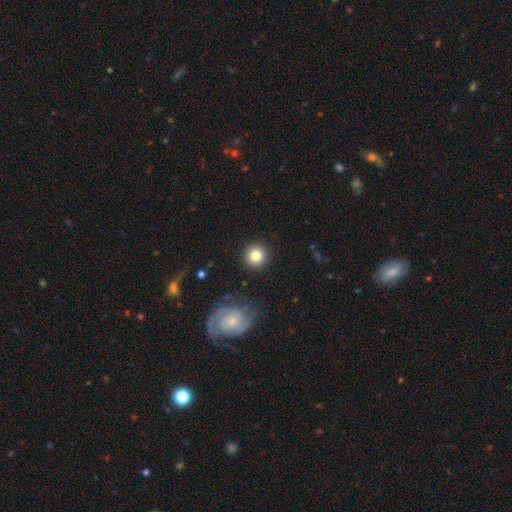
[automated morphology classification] smooth 84%, star or artifact 9%, featured or disk 7%. Down the decision tree: how rounded — round (93%); merging — none (90%).